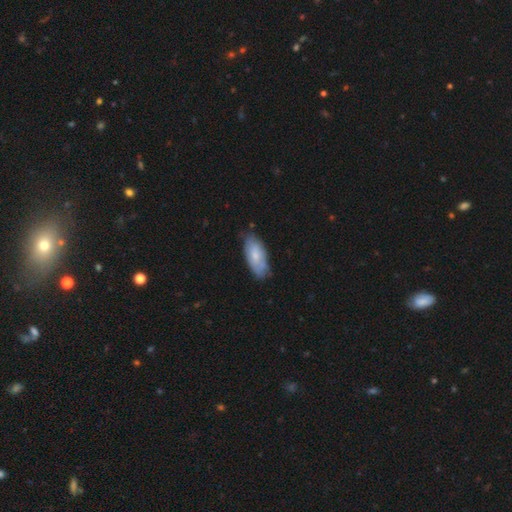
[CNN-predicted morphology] This appears to be a smooth galaxy with no disk features (70%) that is in between round and cigar-shaped (87%). Merging: none (70%).